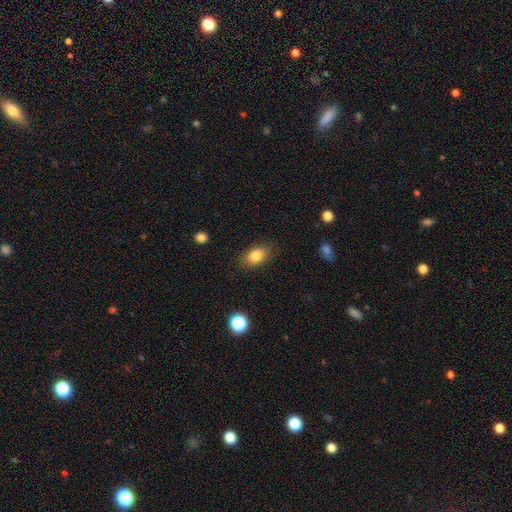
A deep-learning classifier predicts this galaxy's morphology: A smooth galaxy with no disk features (83%) that is in between round and cigar-shaped (78%).

Vote fractions:
- Smooth or featured? smooth: 83% / star or artifact: 9% / featured or disk: 8%
- How rounded? in between: 78% / round: 20% / cigar-shaped: 2%
- Merging? none: 83% / minor disturbance: 12% / major disturbance: 4% / merger: 1%